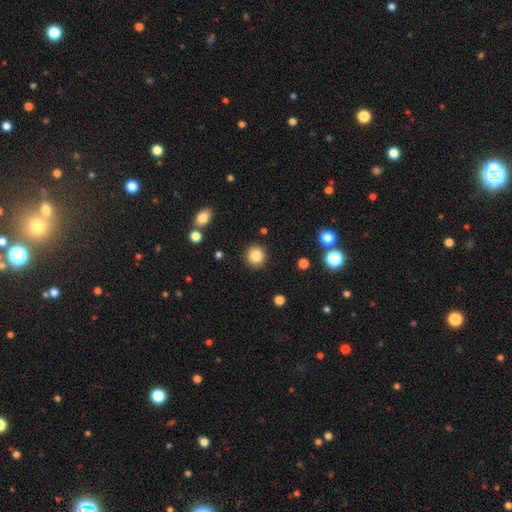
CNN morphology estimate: smooth 84%, star or artifact 10%, featured or disk 6%. Down the decision tree: how rounded — round (91%); merging — none (91%).